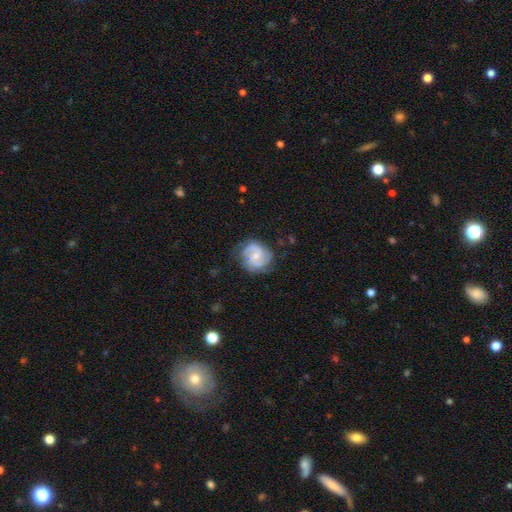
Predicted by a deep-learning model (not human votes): Smooth or featured? featured or disk (83%)
Edge-on disk? no (98%)
Bar? no (52%)
Spiral arms? yes (96%)
Spiral winding? medium (46%)
Spiral arm count? 2 (72%)
Bulge size? small (55%)
Merging? none (75%)